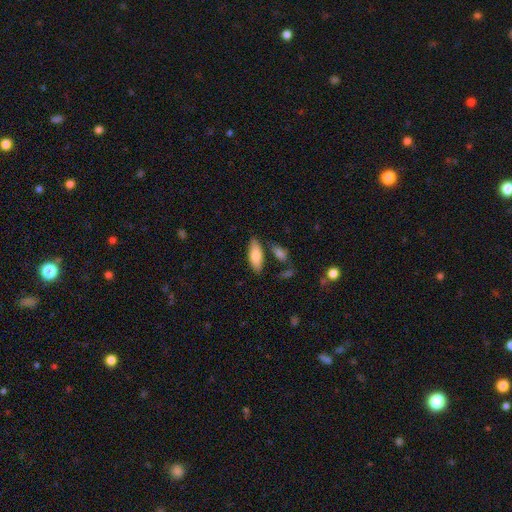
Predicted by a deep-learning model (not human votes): This appears to be a smooth galaxy with no disk features (82%) that is in between round and cigar-shaped (77%). Merging: none (78%).